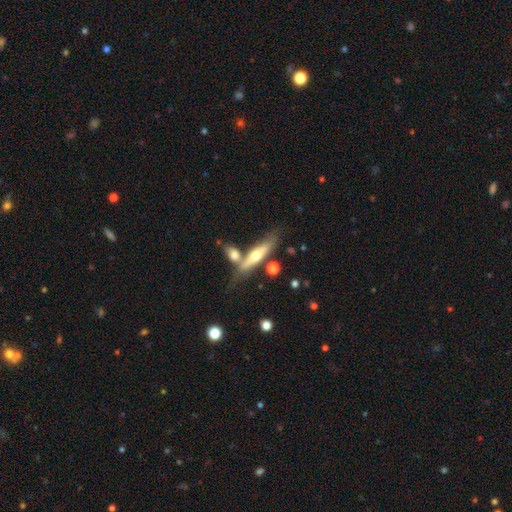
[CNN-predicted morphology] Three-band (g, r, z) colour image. It shows a featured or disk galaxy (53%) viewed edge-on (81%). Merging: none (51%).